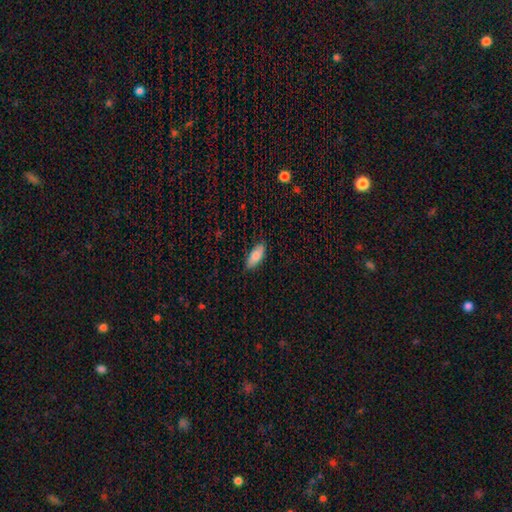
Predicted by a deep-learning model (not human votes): A smooth galaxy with no disk features (82%) that is in between round and cigar-shaped (84%).

Vote fractions:
- Smooth or featured? smooth: 82% / featured or disk: 12% / star or artifact: 7%
- How rounded? in between: 84% / cigar-shaped: 14% / round: 2%
- Merging? none: 83% / minor disturbance: 14% / major disturbance: 2% / merger: 1%